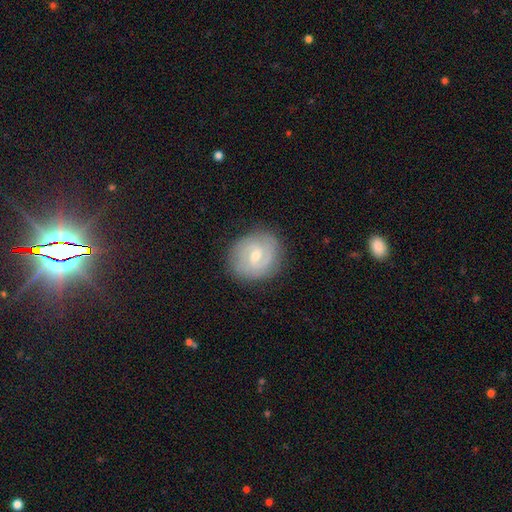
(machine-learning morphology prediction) Smooth or featured? Predicted: featured or disk (p=0.75). Edge-on disk? Predicted: no (p=0.97). Bar? Predicted: weak (p=0.57). Spiral arms? Predicted: yes (p=0.92). Spiral winding? Predicted: tight (p=0.56). Spiral arm count? Predicted: 2 (p=0.68). Bulge size? Predicted: small (p=0.53). Merging? Predicted: none (p=0.84).